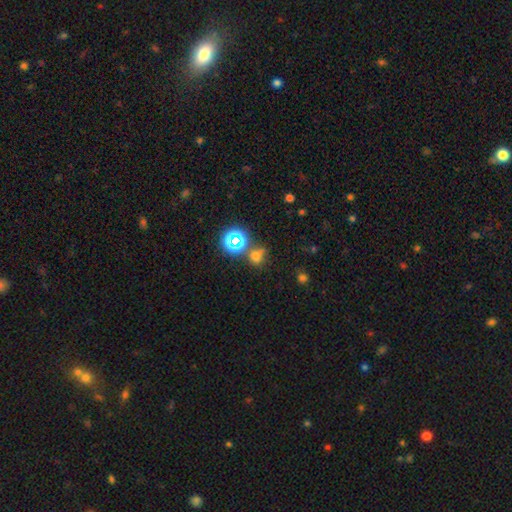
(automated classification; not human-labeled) Q: Smooth or featured?
A: smooth (53%); runner-up: star or artifact (38%)
Q: How rounded?
A: round (69%); runner-up: in between (29%)
Q: Merging?
A: none (61%); runner-up: merger (17%)